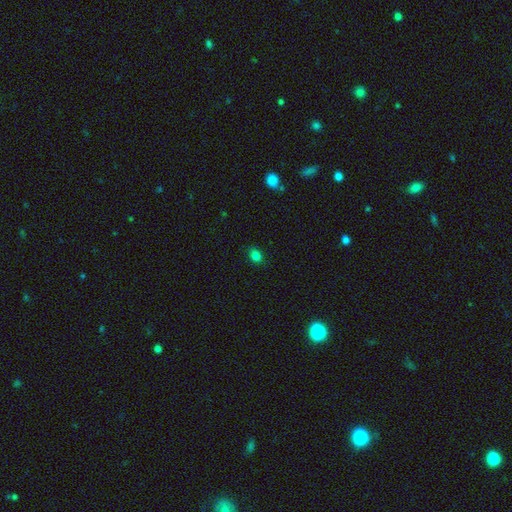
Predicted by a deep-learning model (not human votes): smooth 80%, star or artifact 15%, featured or disk 5%. Down the decision tree: how rounded — in between (63%); merging — none (82%).